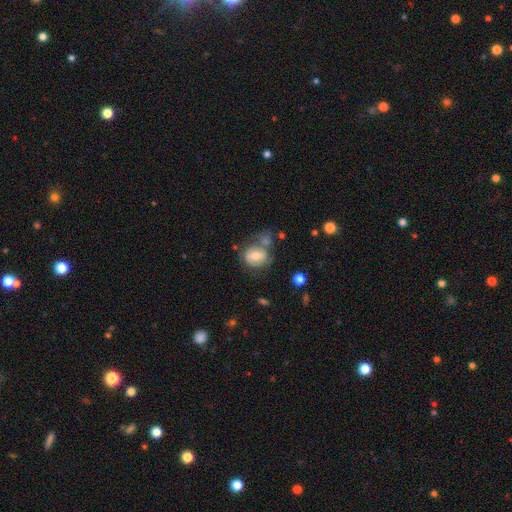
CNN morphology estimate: Smooth or featured? Predicted: smooth (p=0.54). How rounded? Predicted: round (p=0.61). Merging? Predicted: none (p=0.44).